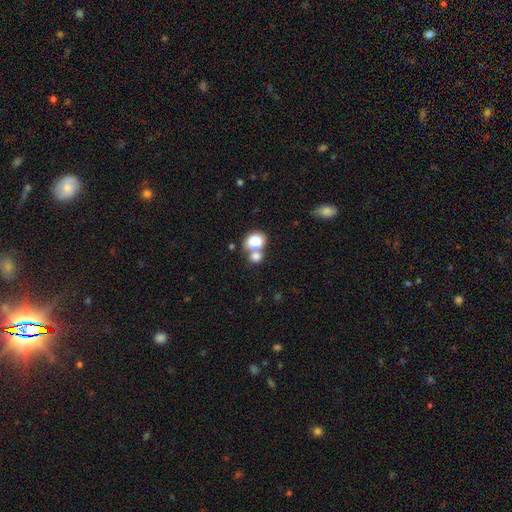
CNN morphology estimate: Smooth or featured? Predicted: smooth (p=0.72). How rounded? Predicted: round (p=0.76). Merging? Predicted: none (p=0.52).